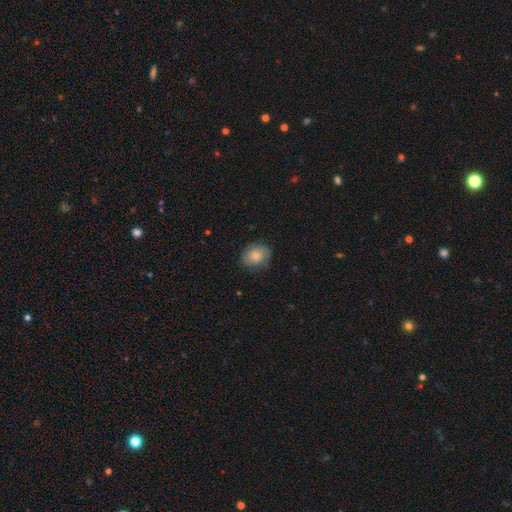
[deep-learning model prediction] Overall: smooth (69%). How rounded: in between (50%; round 49%). Merging: none (74%).